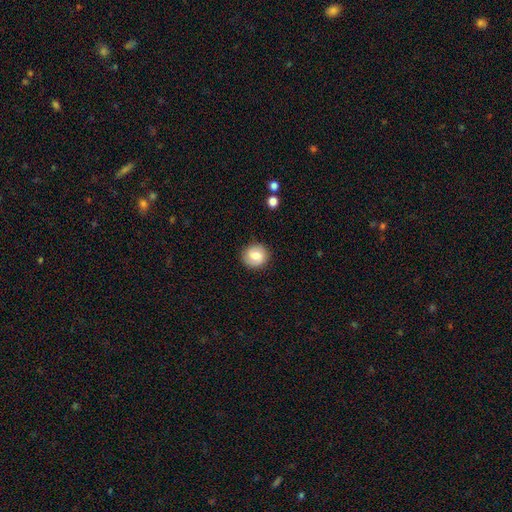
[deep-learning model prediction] Smooth or featured? Predicted: smooth (p=0.77). How rounded? Predicted: round (p=0.86). Merging? Predicted: none (p=0.87).